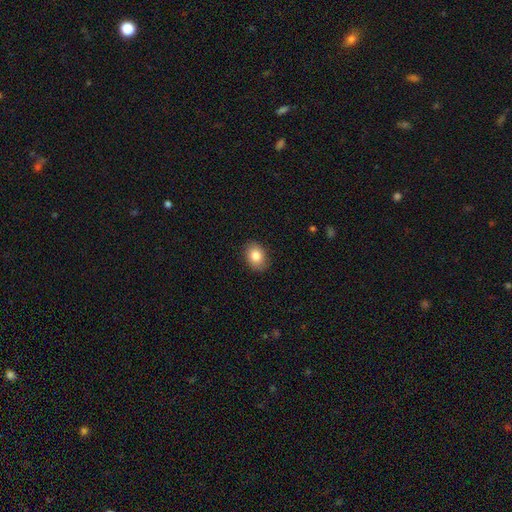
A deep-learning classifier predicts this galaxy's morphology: type=smooth (84%); roundness=in between (67%); merging=none (87%).